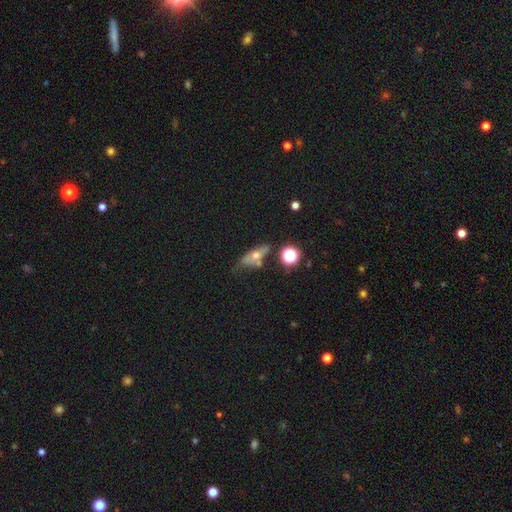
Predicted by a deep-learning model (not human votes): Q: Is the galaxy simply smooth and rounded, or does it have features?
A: smooth — 47%.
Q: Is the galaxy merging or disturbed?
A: none — 53%.